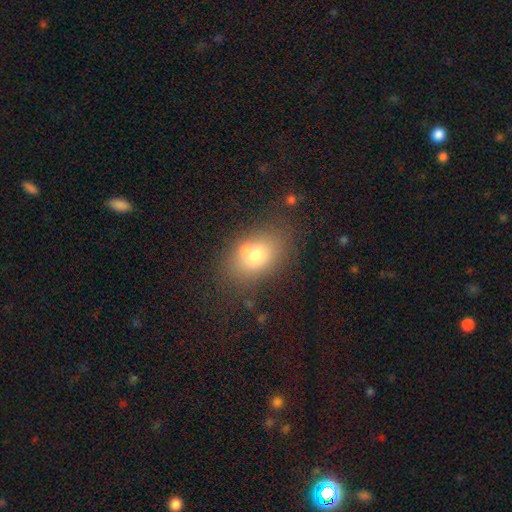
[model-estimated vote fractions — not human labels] A smooth galaxy with no disk features (68%) that is in between round and cigar-shaped (73%). Merging: none (58%).